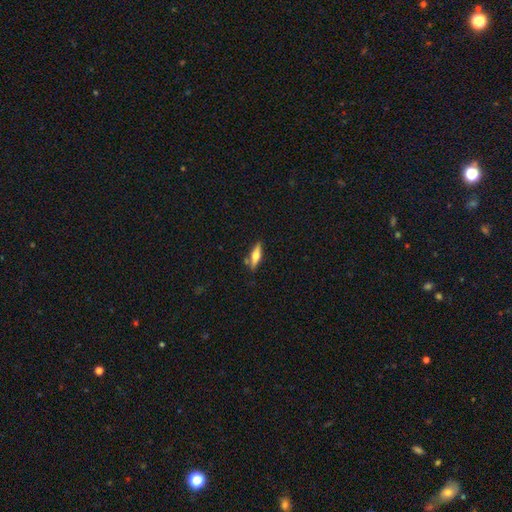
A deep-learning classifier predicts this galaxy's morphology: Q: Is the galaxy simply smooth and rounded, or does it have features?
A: featured or disk — 47%, tied with smooth.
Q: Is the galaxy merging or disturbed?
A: none — 79%.